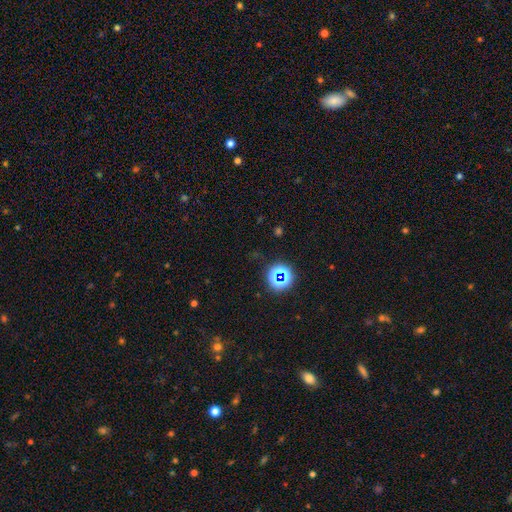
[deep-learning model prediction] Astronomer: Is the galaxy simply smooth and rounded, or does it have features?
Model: star or artifact — 75%.